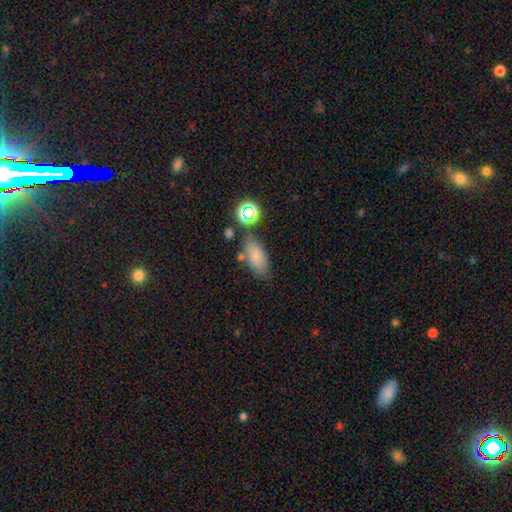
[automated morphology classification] This appears to be a smooth galaxy with no disk features (77%) that is in between round and cigar-shaped (84%). Merging: none (68%).